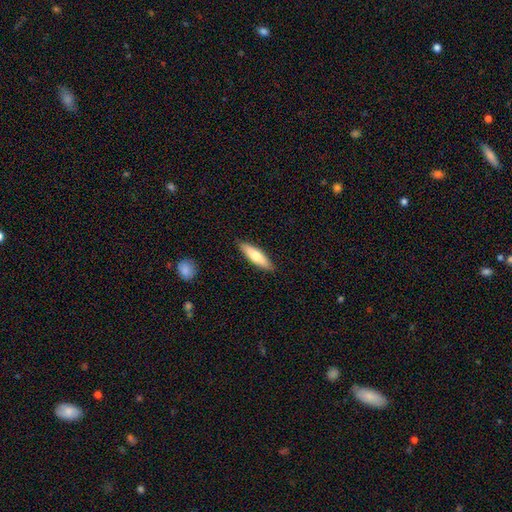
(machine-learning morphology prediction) The model was most divided on "how rounded": cigar-shaped: 65%, in between: 33%, round: 2%. More confident: merging — none (89%); smooth or featured — smooth (71%).